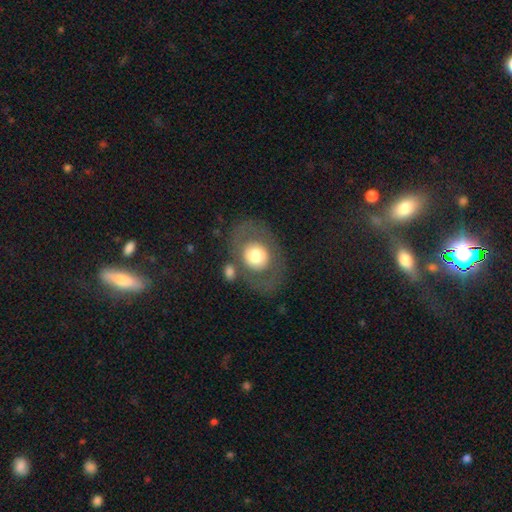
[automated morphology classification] Smooth or featured? Predicted: smooth (p=0.57). How rounded? Predicted: in between (p=0.52). Merging? Predicted: none (p=0.71).